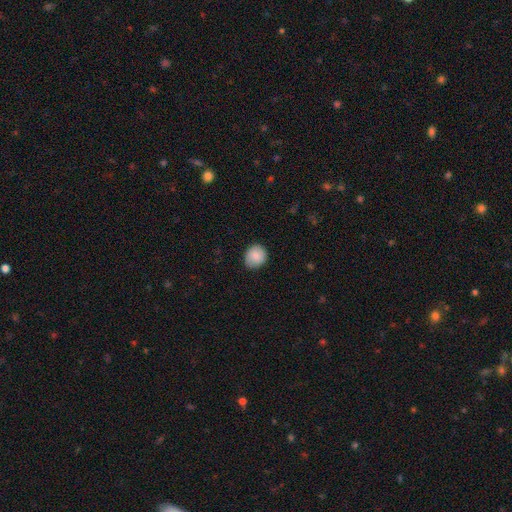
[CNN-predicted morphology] Overall: smooth (87%). How rounded: round (79%). Merging: none (83%).